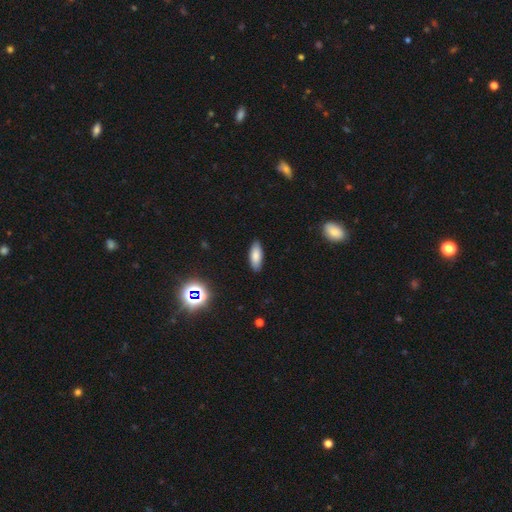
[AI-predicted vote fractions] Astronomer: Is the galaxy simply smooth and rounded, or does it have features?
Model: smooth — 83%.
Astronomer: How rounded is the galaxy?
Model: in between — 78%.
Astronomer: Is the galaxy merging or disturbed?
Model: none — 89%.